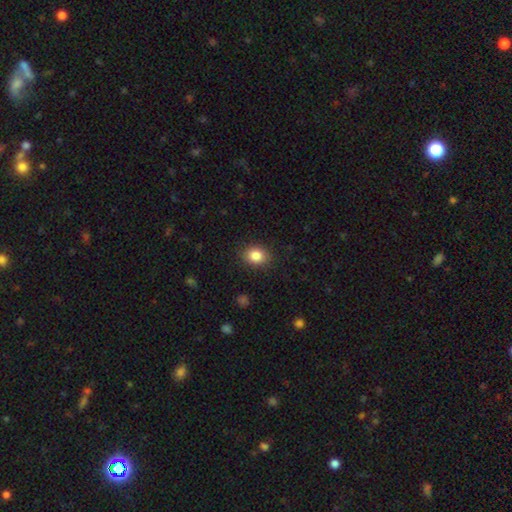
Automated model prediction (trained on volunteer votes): smooth_or_featured: smooth (p=0.85) [alt: star or artifact p=0.09]
how_rounded: in between (p=0.50) [alt: round p=0.49]
merging: none (p=0.88) [alt: minor disturbance p=0.09]